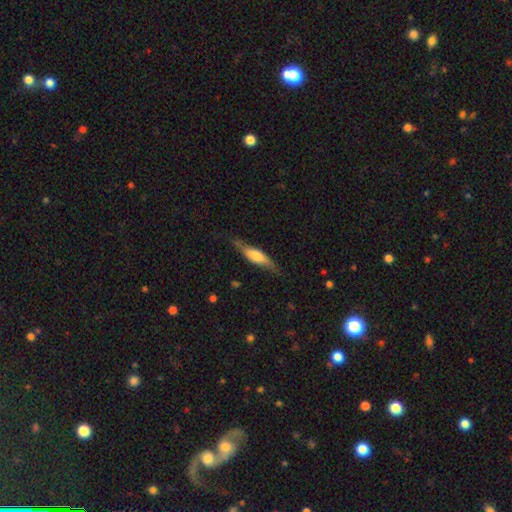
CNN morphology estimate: A featured or disk galaxy (47%, tied with smooth). Merging: none (74%).